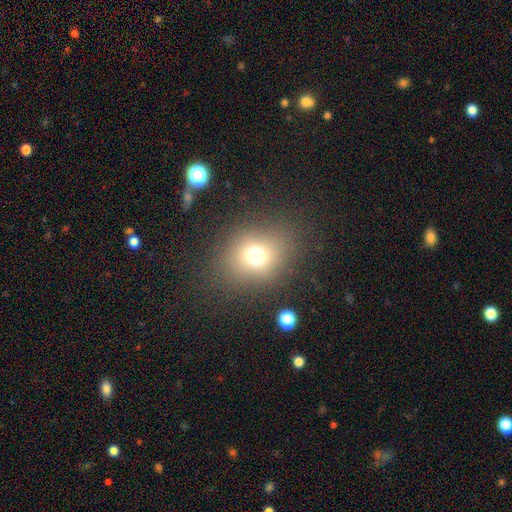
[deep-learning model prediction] Smooth or featured? Predicted: smooth (p=0.70). How rounded? Predicted: round (p=0.66). Merging? Predicted: none (p=0.82).